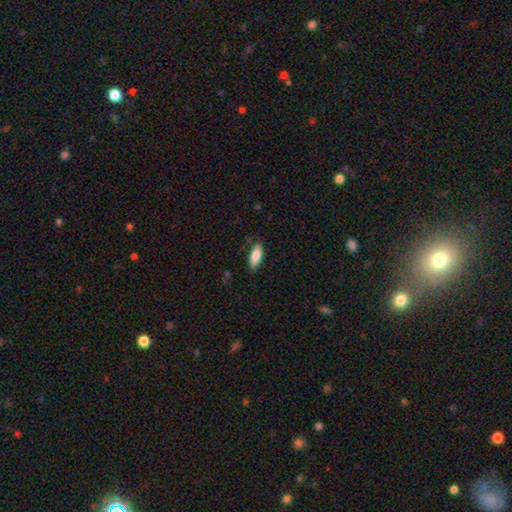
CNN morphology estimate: Smooth or featured? Predicted: smooth (p=0.85). How rounded? Predicted: in between (p=0.78). Merging? Predicted: none (p=0.80).